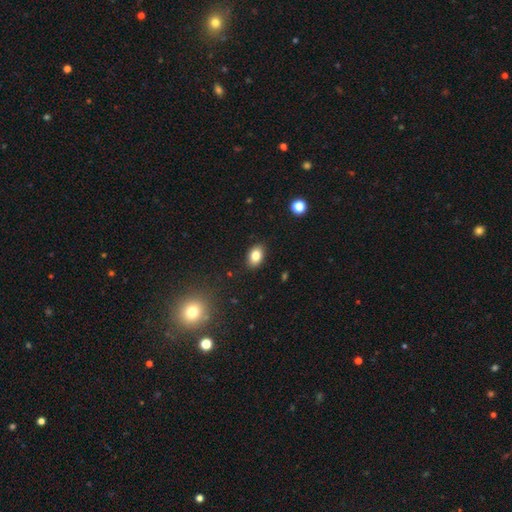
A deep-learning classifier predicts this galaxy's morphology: Overall: smooth (82%). How rounded: in between (85%). Merging: none (88%).